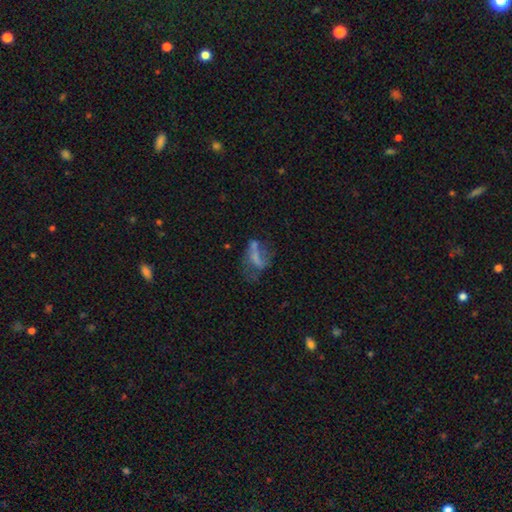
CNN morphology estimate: Overall: featured or disk (43%; smooth 40%). Merging: major disturbance (40%; none 28%).